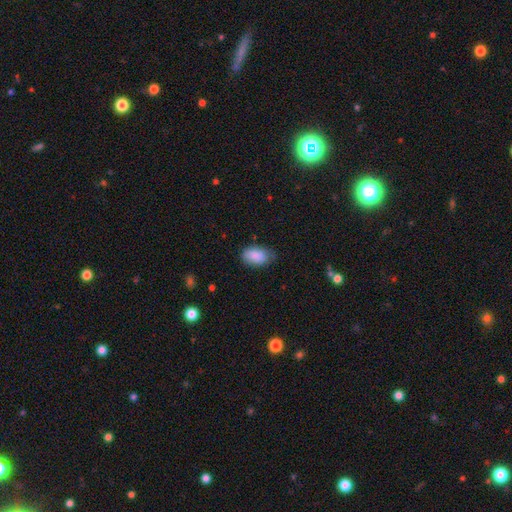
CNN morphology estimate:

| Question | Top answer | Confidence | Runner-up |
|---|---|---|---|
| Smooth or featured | smooth | 87% | featured or disk (7%) |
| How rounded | in between | 92% | round (6%) |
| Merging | none | 66% | minor disturbance (28%) |